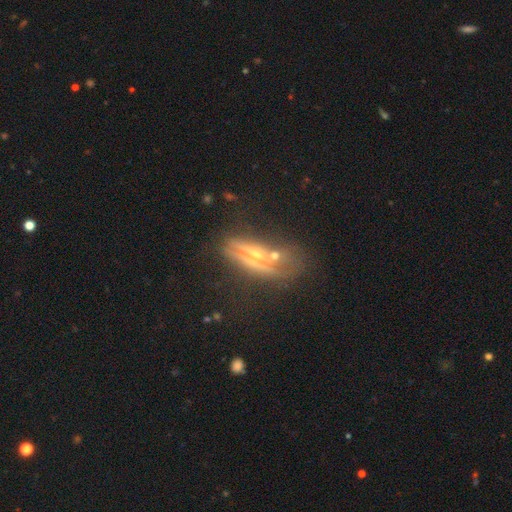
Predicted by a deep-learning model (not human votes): A featured or disk galaxy (60%) viewed edge-on (72%).

Vote fractions:
- Smooth or featured? featured or disk: 60% / smooth: 23% / star or artifact: 17%
- Edge-on disk? yes: 72% / no: 28%
- Merging? none: 57% / minor disturbance: 18% / major disturbance: 13% / merger: 12%